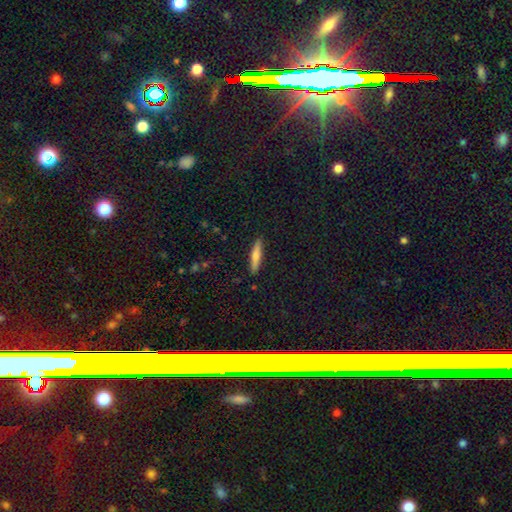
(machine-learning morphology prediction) Q: Smooth or featured?
A: smooth (64%); runner-up: featured or disk (30%)
Q: How rounded?
A: cigar-shaped (87%); runner-up: in between (11%)
Q: Merging?
A: none (90%); runner-up: minor disturbance (7%)